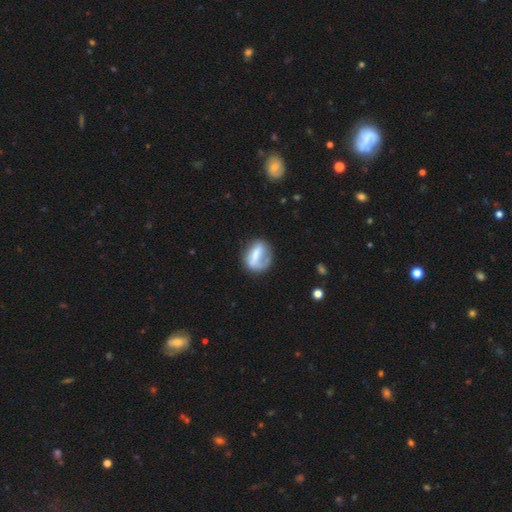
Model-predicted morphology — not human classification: Overall: smooth (52%; featured or disk 40%). How rounded: in between (48%; round 45%). Merging: none (49%; minor disturbance 24%).